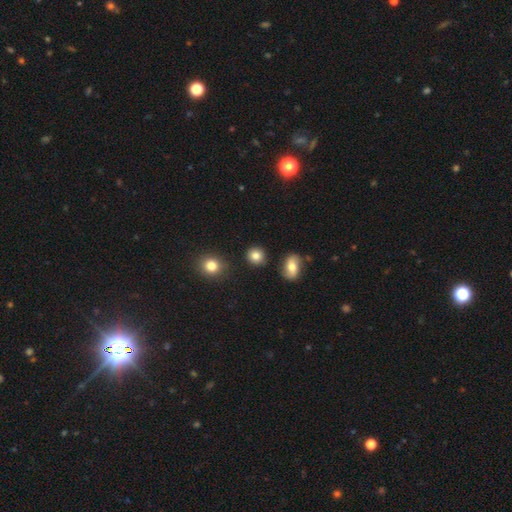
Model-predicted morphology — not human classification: Overall: smooth (84%). How rounded: round (86%). Merging: none (87%).